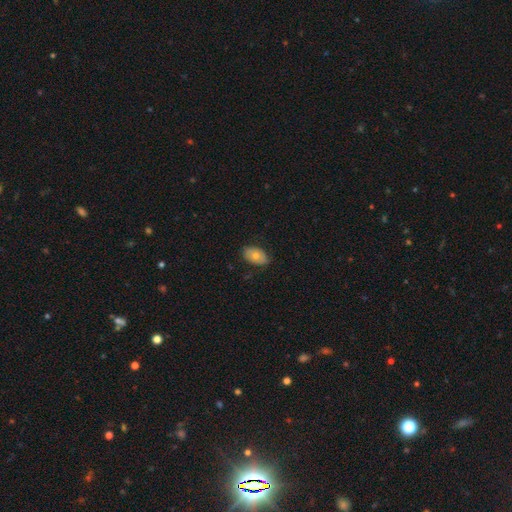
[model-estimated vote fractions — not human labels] Overall: smooth (68%). How rounded: in between (90%). Merging: none (80%).